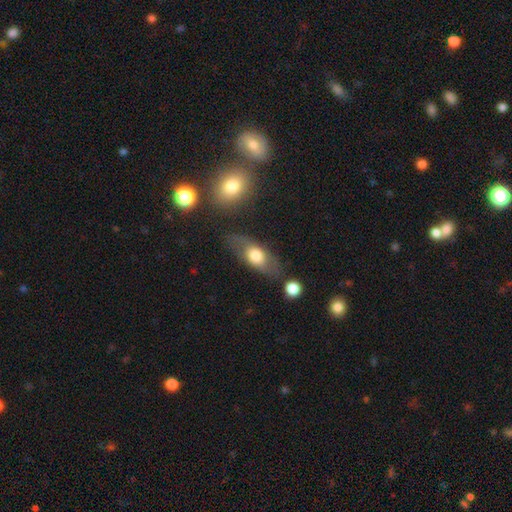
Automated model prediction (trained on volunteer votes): Smooth or featured? Predicted: smooth (p=0.59). How rounded? Predicted: in between (p=0.76). Merging? Predicted: none (p=0.66).